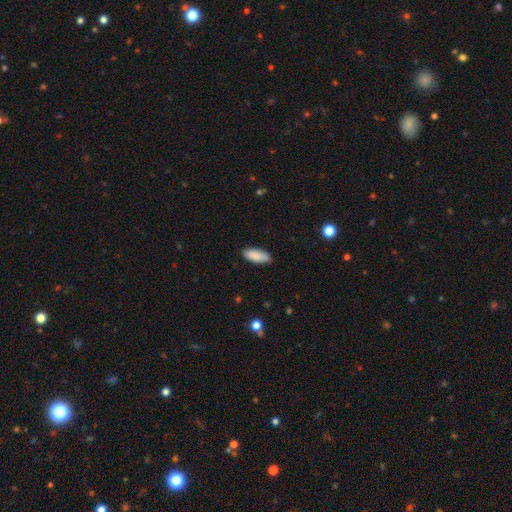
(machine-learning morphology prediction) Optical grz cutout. It shows a smooth galaxy with no disk features (89%) that is in between round and cigar-shaped (83%). Merging: none (84%).